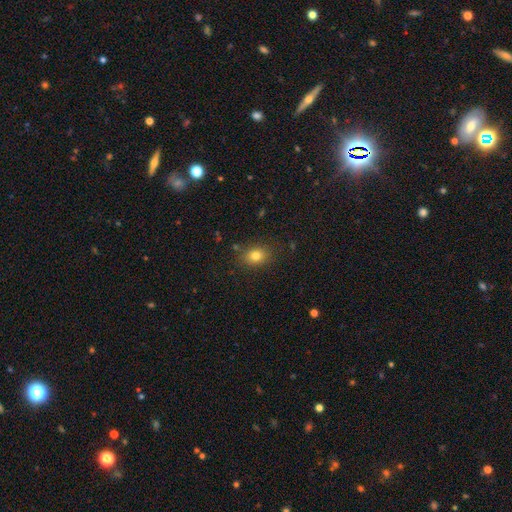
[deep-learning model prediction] Overall: smooth (80%). How rounded: in between (57%; round 42%). Merging: none (84%).